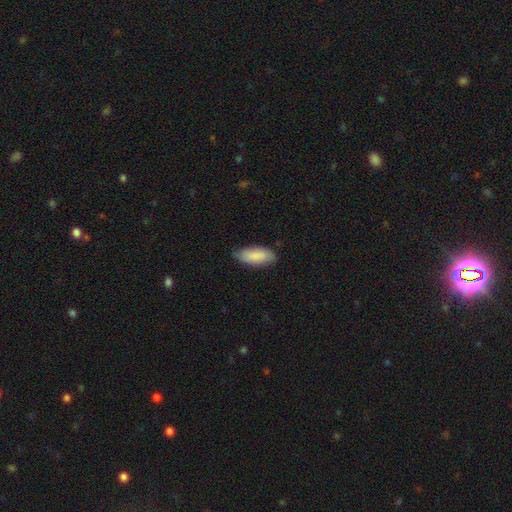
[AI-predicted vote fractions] Overall: smooth (88%). How rounded: in between (84%). Merging: none (80%).